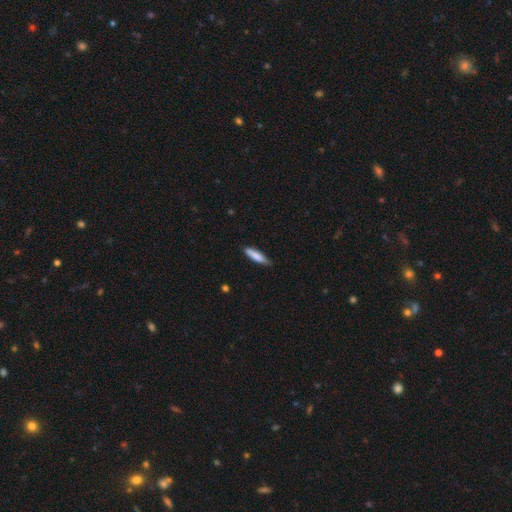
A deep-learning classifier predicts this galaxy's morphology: Q: Smooth or featured?
A: smooth (78%); runner-up: featured or disk (16%)
Q: How rounded?
A: cigar-shaped (79%); runner-up: in between (19%)
Q: Merging?
A: none (74%); runner-up: minor disturbance (22%)